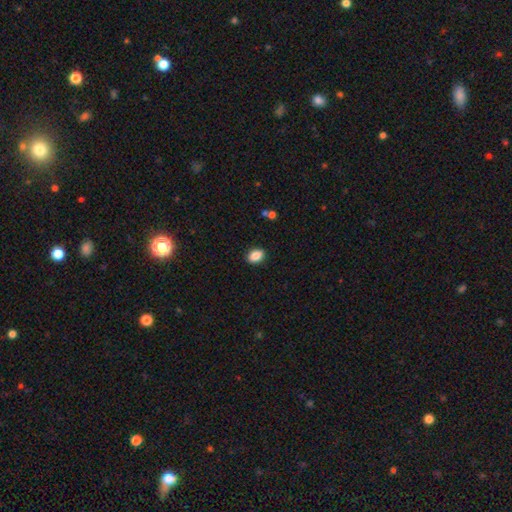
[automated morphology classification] type=smooth (87%); roundness=in between (79%); merging=none (90%).